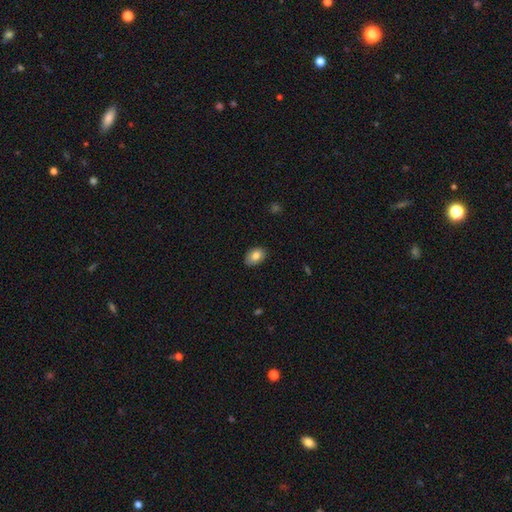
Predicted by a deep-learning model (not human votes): Smooth or featured: smooth — 82% (featured or disk — 10%)
How rounded: in between — 85% (round — 14%)
Merging: none — 86% (minor disturbance — 11%)